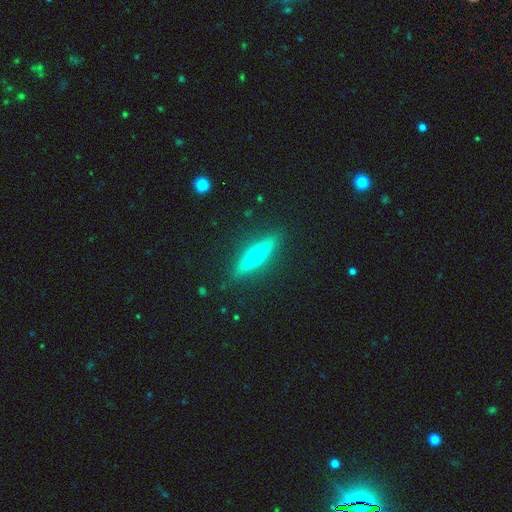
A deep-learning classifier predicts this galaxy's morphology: Smooth or featured? featured or disk (60%)
Edge-on disk? yes (95%)
Edge-on bulge? rounded (91%)
Merging? none (90%)